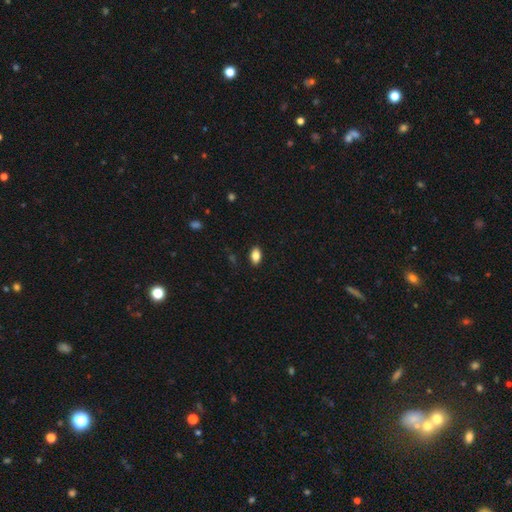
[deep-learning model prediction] Overall: smooth (84%). How rounded: in between (90%). Merging: none (89%).